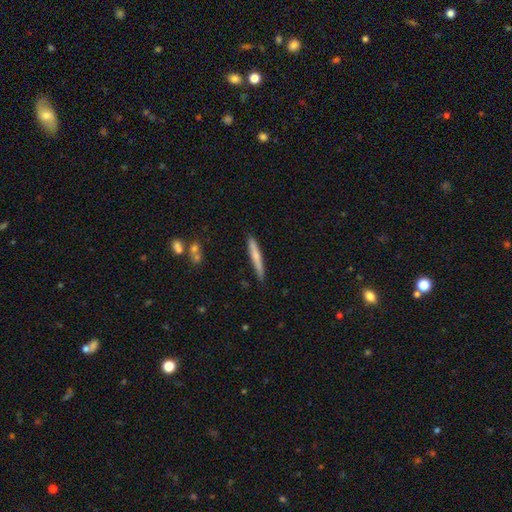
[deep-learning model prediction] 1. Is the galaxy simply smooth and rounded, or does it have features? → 61% smooth, 33% featured or disk, 6% star or artifact.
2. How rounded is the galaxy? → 95% cigar-shaped, 4% in between, 1% round.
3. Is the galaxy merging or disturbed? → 83% none, 13% minor disturbance, 2% major disturbance, 2% merger.